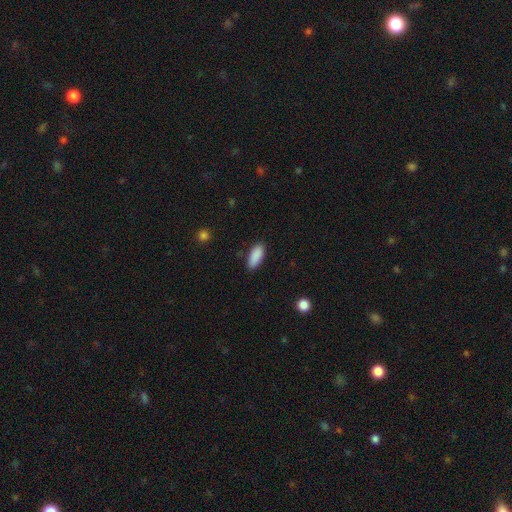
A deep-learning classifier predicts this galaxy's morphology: A smooth galaxy with no disk features (90%) that is in between round and cigar-shaped (85%).

Vote fractions:
- Smooth or featured? smooth: 90% / star or artifact: 7% / featured or disk: 3%
- How rounded? in between: 85% / cigar-shaped: 13% / round: 2%
- Merging? none: 86% / minor disturbance: 11% / major disturbance: 2% / merger: 1%